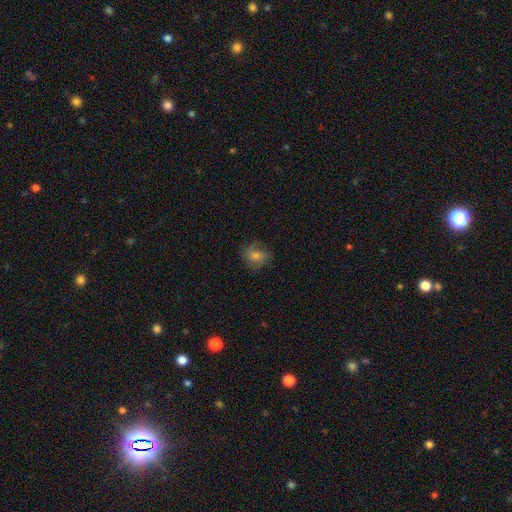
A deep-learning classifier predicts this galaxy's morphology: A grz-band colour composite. It shows a smooth galaxy with no disk features (47%). Merging: none (74%).